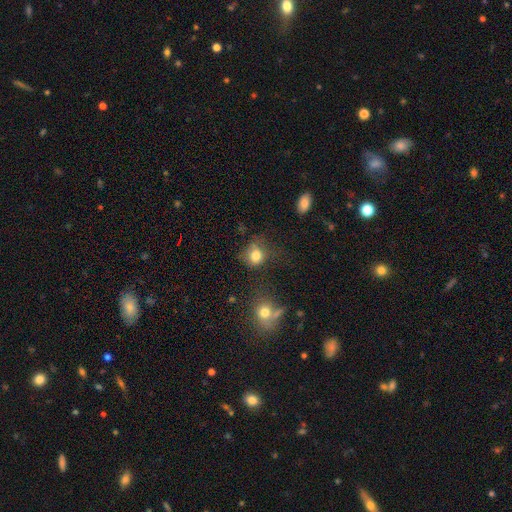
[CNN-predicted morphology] smooth-or-featured: smooth: 79% | star or artifact: 12% | featured or disk: 8%
  how-rounded: round: 68% | in between: 31% | cigar-shaped: 1%
  merging: none: 52% | minor disturbance: 25% | major disturbance: 15% | merger: 8%